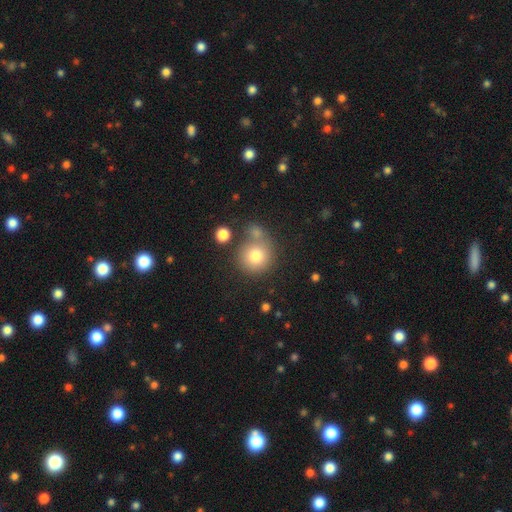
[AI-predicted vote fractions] smooth_or_featured: smooth (p=0.78) [alt: featured or disk p=0.11]
how_rounded: round (p=0.90) [alt: in between p=0.09]
merging: none (p=0.57) [alt: merger p=0.26]